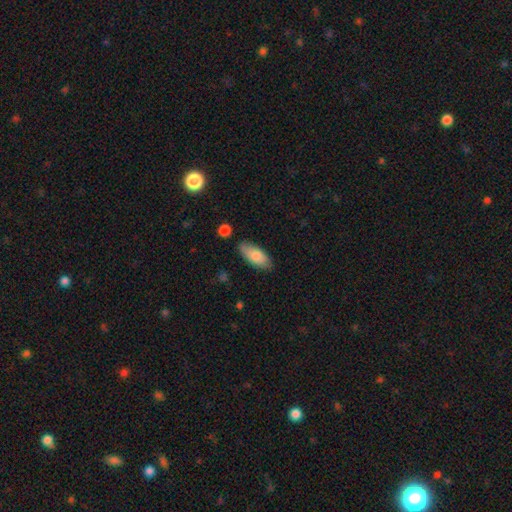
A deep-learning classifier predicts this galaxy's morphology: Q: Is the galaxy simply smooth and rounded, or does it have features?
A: smooth — 82%.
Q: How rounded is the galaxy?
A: in between — 85%.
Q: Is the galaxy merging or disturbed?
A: none — 79%.